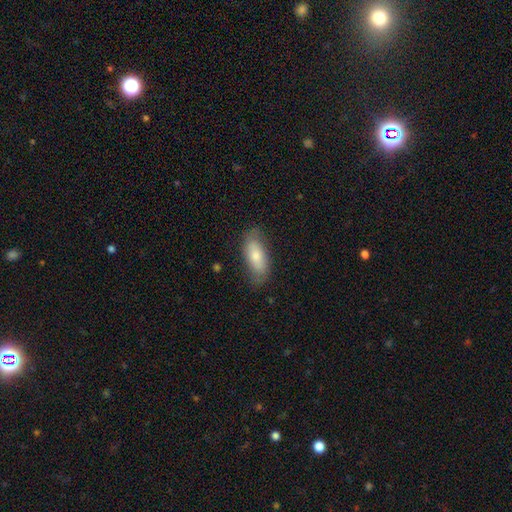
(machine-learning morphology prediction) Smooth or featured? smooth (71%)
How rounded? in between (80%)
Merging? none (76%)